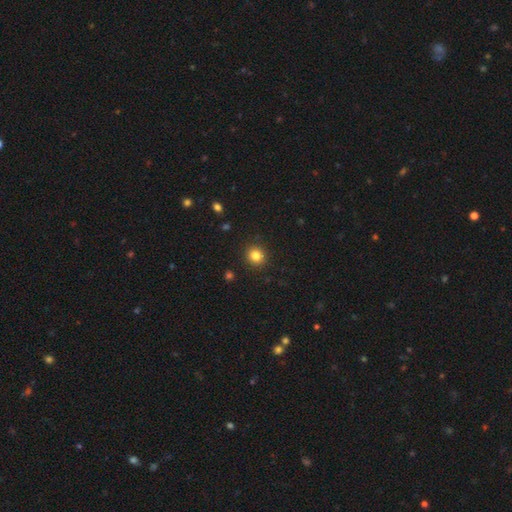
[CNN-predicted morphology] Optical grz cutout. It shows a smooth galaxy with no disk features (83%) that is round (90%). Merging: none (92%).